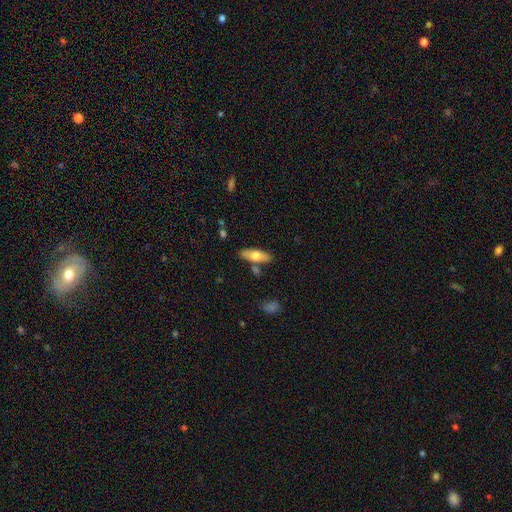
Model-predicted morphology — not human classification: Overall: smooth (66%; featured or disk 29%). How rounded: in between (63%; cigar-shaped 35%). Merging: none (78%).